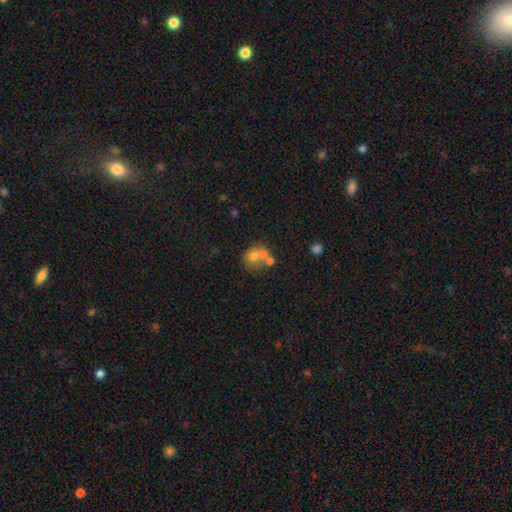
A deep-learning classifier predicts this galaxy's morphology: This appears to be a smooth galaxy with no disk features (64%) that is round (67%). Merging: merger (51%).